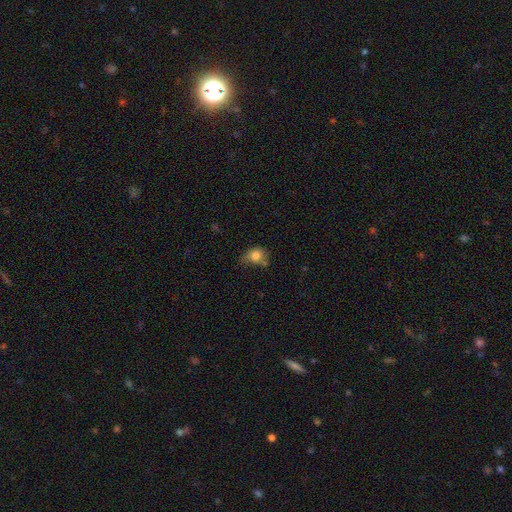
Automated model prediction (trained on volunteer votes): Q: Smooth or featured?
A: smooth (79%); runner-up: featured or disk (11%)
Q: How rounded?
A: round (54%); runner-up: in between (45%)
Q: Merging?
A: none (43%); runner-up: minor disturbance (35%)